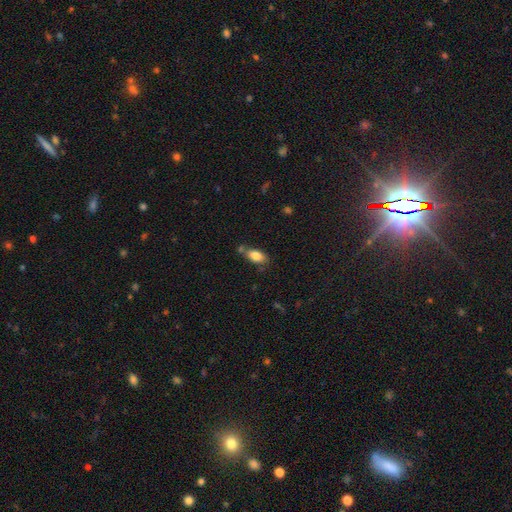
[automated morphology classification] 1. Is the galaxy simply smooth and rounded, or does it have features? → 82% smooth, 10% featured or disk, 8% star or artifact.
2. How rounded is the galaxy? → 88% in between, 6% cigar-shaped, 5% round.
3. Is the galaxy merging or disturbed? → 61% none, 20% minor disturbance, 15% merger, 5% major disturbance.